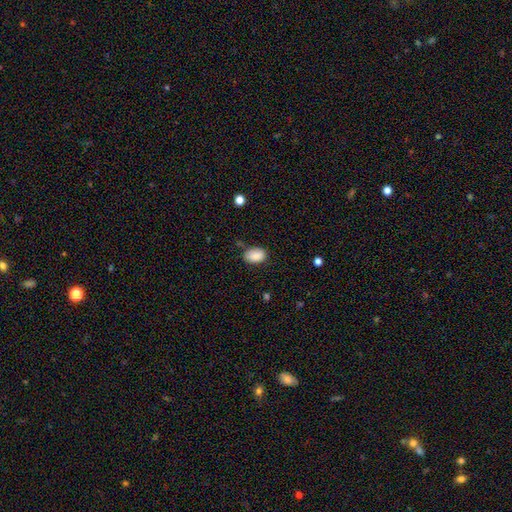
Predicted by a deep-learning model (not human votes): The model was most divided on "merging": none: 74%, minor disturbance: 19%, major disturbance: 4%, merger: 3%. More confident: smooth or featured — smooth (87%); how rounded — in between (87%).